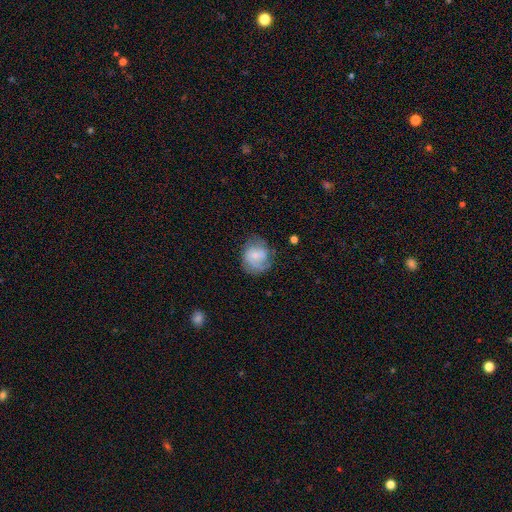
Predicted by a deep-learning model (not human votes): smooth-or-featured: smooth: 52% | featured or disk: 39% | star or artifact: 8%
  how-rounded: round: 66% | in between: 33% | cigar-shaped: 1%
  merging: none: 54% | minor disturbance: 27% | major disturbance: 17% | merger: 3%